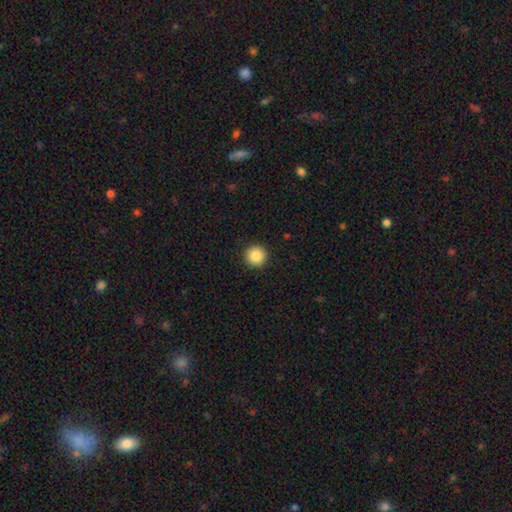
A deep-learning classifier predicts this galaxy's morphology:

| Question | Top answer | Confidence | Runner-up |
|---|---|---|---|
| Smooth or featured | smooth | 87% | star or artifact (9%) |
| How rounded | round | 96% | in between (3%) |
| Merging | none | 93% | minor disturbance (5%) |